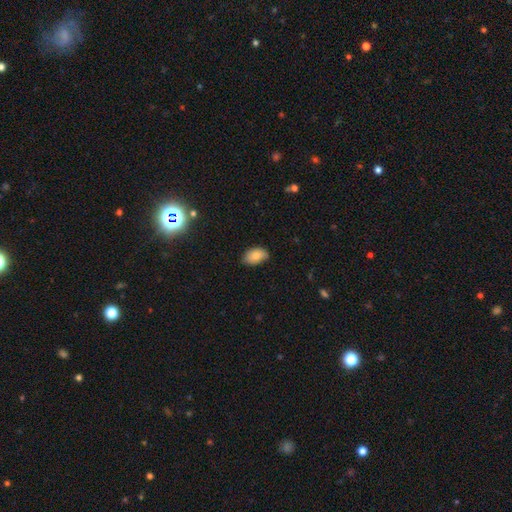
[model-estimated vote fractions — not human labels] Smooth or featured?
  - smooth: 82% *
  - featured or disk: 10%
  - star or artifact: 8%
How rounded?
  - in between: 92% *
  - round: 6%
  - cigar-shaped: 1%
Merging?
  - none: 75% *
  - minor disturbance: 21%
  - major disturbance: 3%
  - merger: 1%